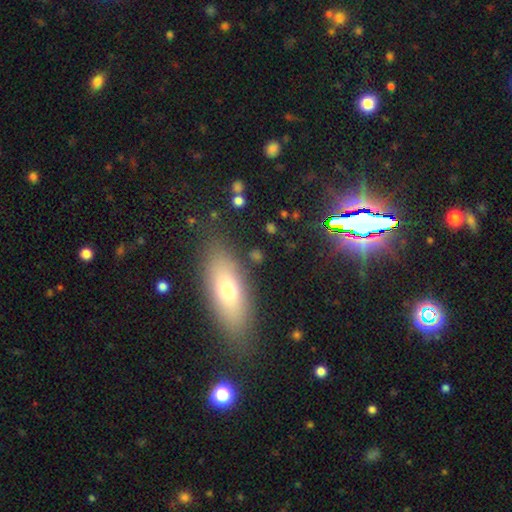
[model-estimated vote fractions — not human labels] A smooth galaxy with no disk features (62%) that is in between round and cigar-shaped (62%). Merging: none (81%).